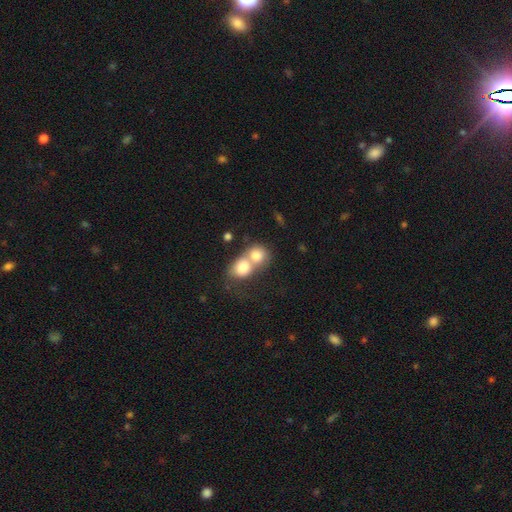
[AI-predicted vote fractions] This appears to be a smooth galaxy with no disk features (77%) that is round (64%). Merging: merger (76%).